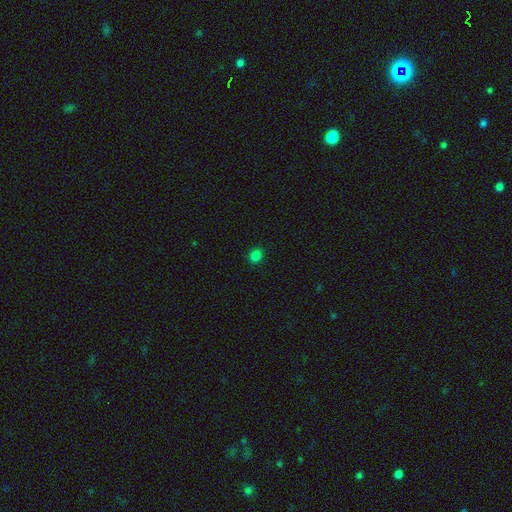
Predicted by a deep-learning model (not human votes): Smooth or featured?
  - smooth: 81% *
  - star or artifact: 16%
  - featured or disk: 3%
How rounded?
  - round: 62% *
  - in between: 37%
  - cigar-shaped: 1%
Merging?
  - none: 88% *
  - minor disturbance: 9%
  - major disturbance: 2%
  - merger: 1%